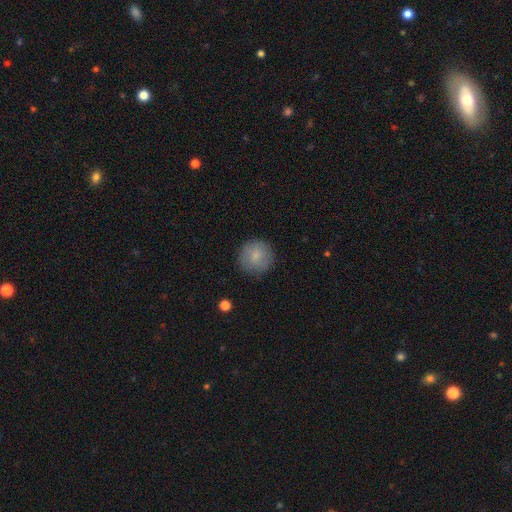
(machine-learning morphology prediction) type=smooth (82%); roundness=round (94%); merging=none (85%).